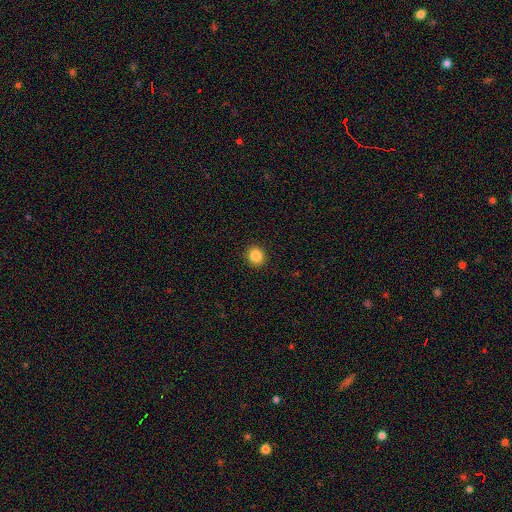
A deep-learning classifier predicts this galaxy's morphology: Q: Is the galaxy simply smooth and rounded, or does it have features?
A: smooth — 86%.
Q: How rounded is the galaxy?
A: round — 89%.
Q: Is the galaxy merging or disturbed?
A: none — 92%.